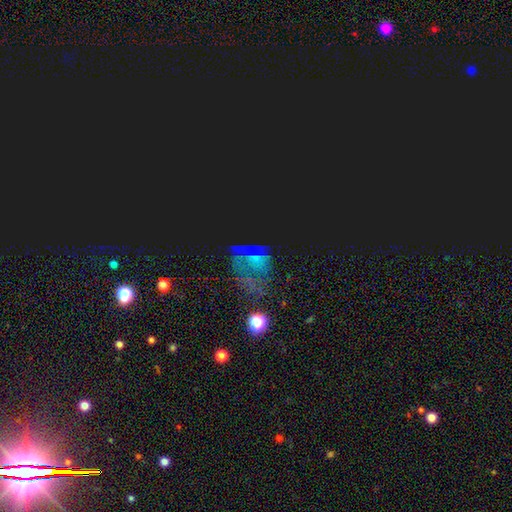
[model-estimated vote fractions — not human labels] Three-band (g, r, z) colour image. It shows a star or artifact, not a galaxy (58%).